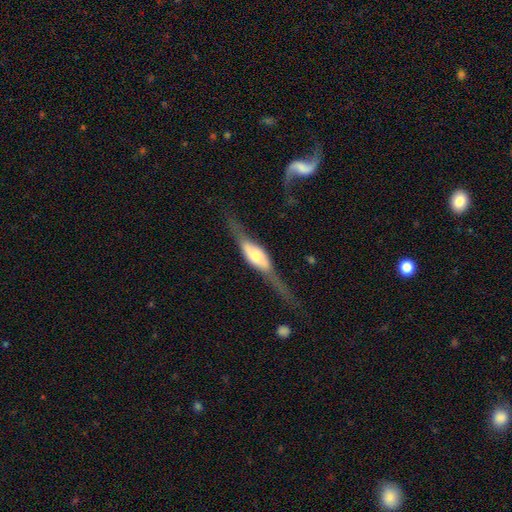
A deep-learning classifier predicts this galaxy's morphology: featured or disk 69%, smooth 26%, star or artifact 5%. Down the decision tree: edge-on disk — yes (87%); edge-on bulge — rounded (77%); merging — none (59%).